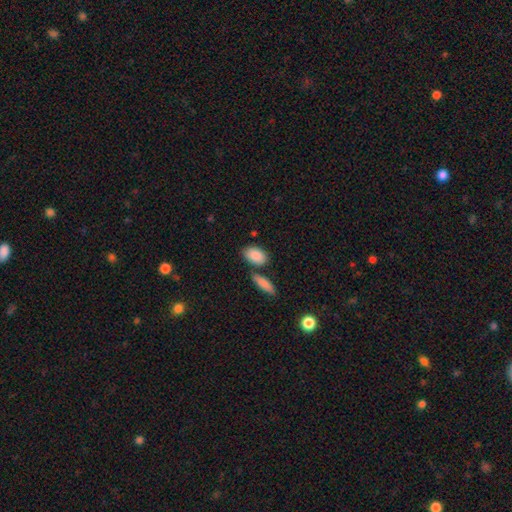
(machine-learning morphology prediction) A smooth galaxy with no disk features (88%) that is in between round and cigar-shaped (88%). Merging: none (70%).